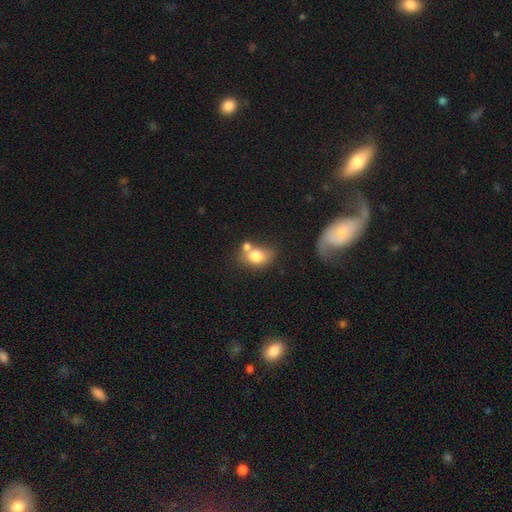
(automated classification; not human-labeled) The model was most divided on "merging": none: 42%, merger: 35%, minor disturbance: 16%, major disturbance: 7%. More confident: smooth or featured — smooth (76%); how rounded — in between (64%).